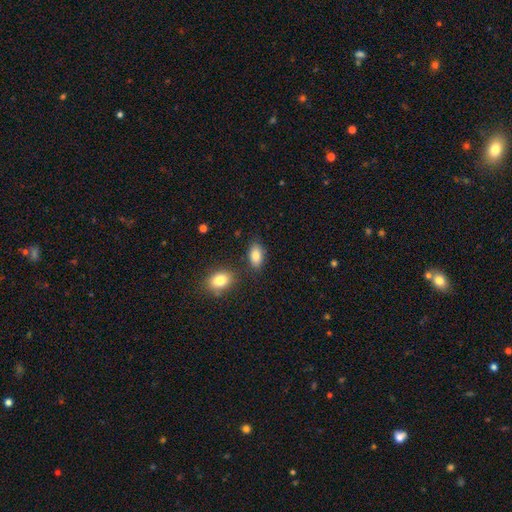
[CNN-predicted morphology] smooth-or-featured: smooth: 85% | star or artifact: 8% | featured or disk: 7%
  how-rounded: in between: 91% | round: 6% | cigar-shaped: 3%
  merging: none: 79% | minor disturbance: 12% | merger: 7% | major disturbance: 3%